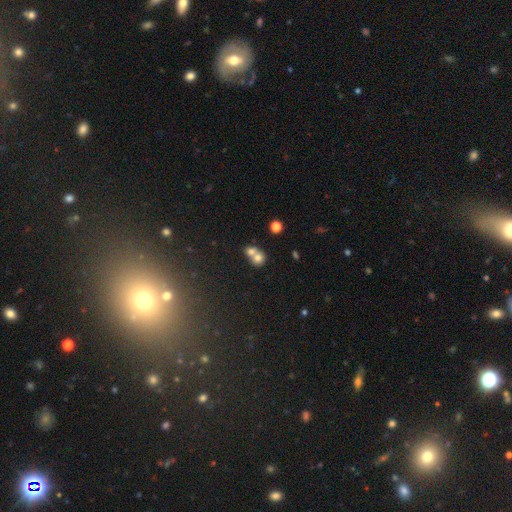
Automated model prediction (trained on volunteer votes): Q: Smooth or featured?
A: smooth (69%); runner-up: featured or disk (19%)
Q: How rounded?
A: round (73%); runner-up: in between (26%)
Q: Merging?
A: merger (67%); runner-up: none (25%)